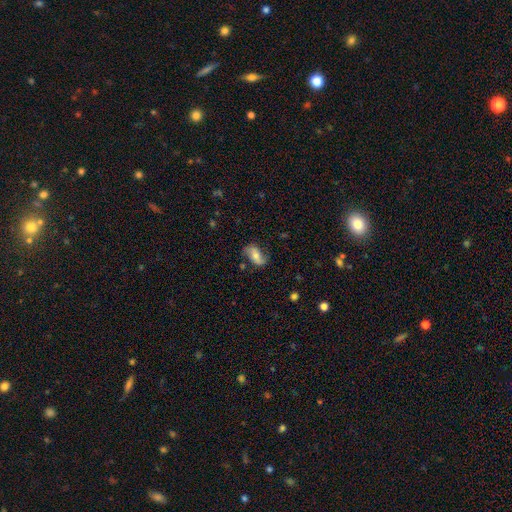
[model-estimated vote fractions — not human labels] Smooth or featured: featured or disk — 49% (smooth — 43%)
Merging: none — 70% (minor disturbance — 21%)